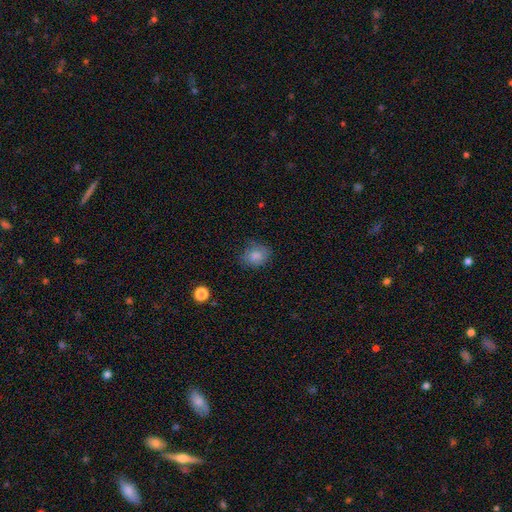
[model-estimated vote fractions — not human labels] smooth 83%, star or artifact 9%, featured or disk 8%. Down the decision tree: how rounded — round (57%); merging — none (74%).